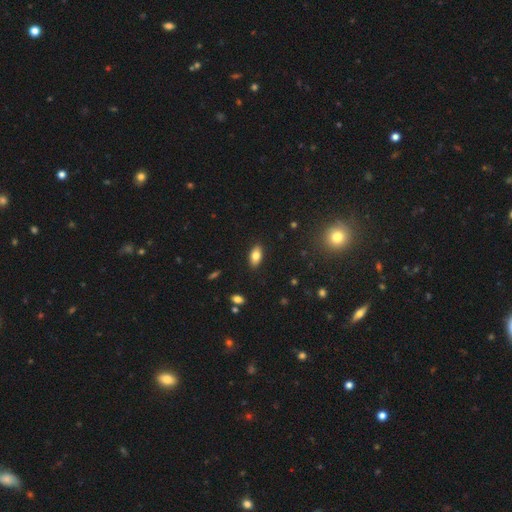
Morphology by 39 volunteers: Smooth or featured: smooth — 79% (featured or disk — 10%)
How rounded: in between — 90% (cigar-shaped — 6%)
Merging: none — 89% (minor disturbance — 11%)